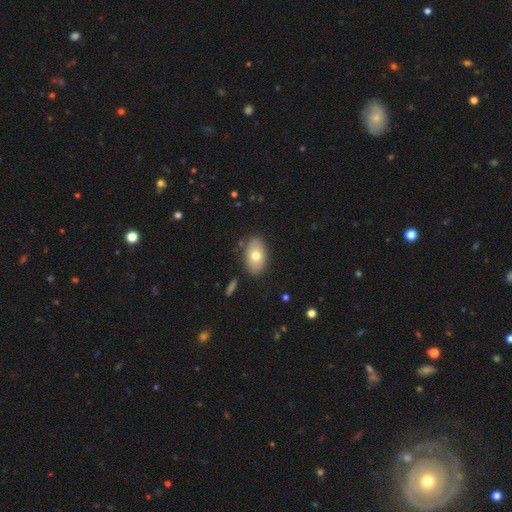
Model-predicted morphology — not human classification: Smooth or featured? Predicted: smooth (p=0.71). How rounded? Predicted: in between (p=0.91). Merging? Predicted: none (p=0.84).